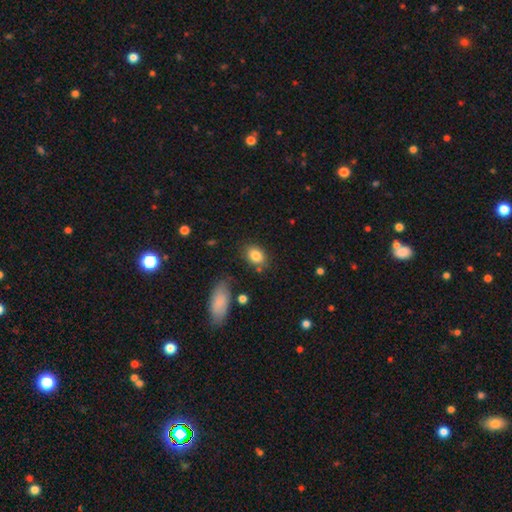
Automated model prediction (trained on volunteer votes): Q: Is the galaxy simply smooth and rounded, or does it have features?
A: smooth — 84%.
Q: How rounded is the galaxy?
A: in between — 74%.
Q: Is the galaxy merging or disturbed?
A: none — 79%.